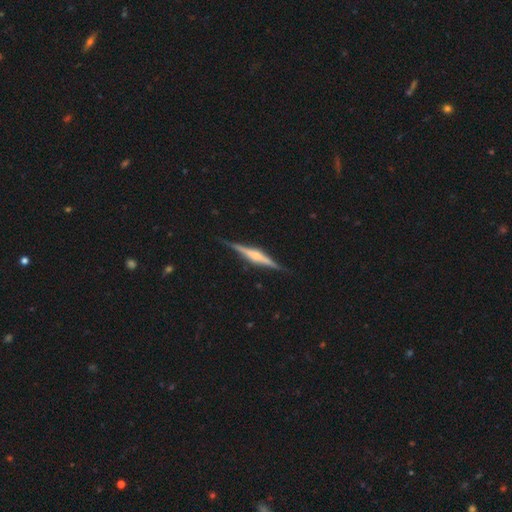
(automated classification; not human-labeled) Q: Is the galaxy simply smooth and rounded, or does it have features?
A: featured or disk — 79%.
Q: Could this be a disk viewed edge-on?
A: yes — 98%.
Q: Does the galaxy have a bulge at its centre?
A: rounded — 72%.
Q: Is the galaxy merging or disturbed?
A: none — 89%.